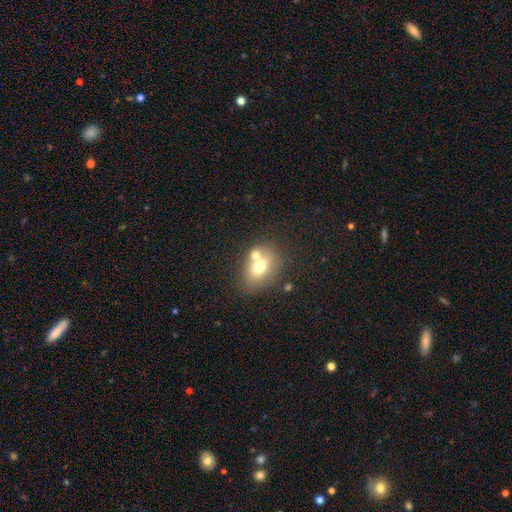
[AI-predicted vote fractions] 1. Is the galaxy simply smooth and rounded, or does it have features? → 67% smooth, 23% featured or disk, 11% star or artifact.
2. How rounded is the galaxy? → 67% in between, 32% round, 1% cigar-shaped.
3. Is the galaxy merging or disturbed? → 48% none, 35% merger, 12% minor disturbance, 5% major disturbance.